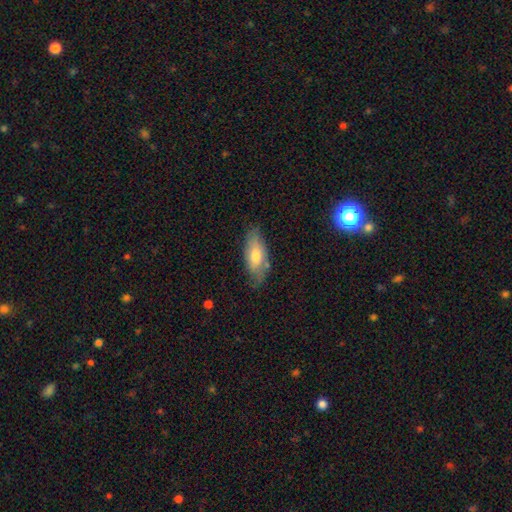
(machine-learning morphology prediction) Smooth or featured?
  - smooth: 62% *
  - featured or disk: 30%
  - star or artifact: 8%
How rounded?
  - in between: 79% *
  - cigar-shaped: 18%
  - round: 3%
Merging?
  - none: 72% *
  - minor disturbance: 22%
  - major disturbance: 4%
  - merger: 2%